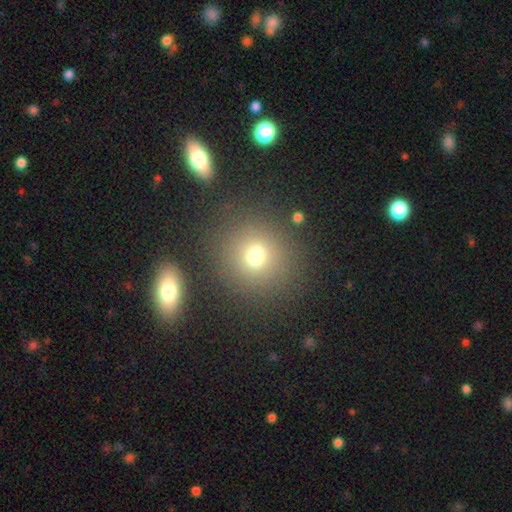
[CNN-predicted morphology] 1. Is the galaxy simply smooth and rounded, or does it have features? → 70% smooth, 20% star or artifact, 9% featured or disk.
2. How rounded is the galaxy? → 89% round, 10% in between, 1% cigar-shaped.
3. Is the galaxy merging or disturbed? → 84% none, 8% minor disturbance, 5% major disturbance, 3% merger.